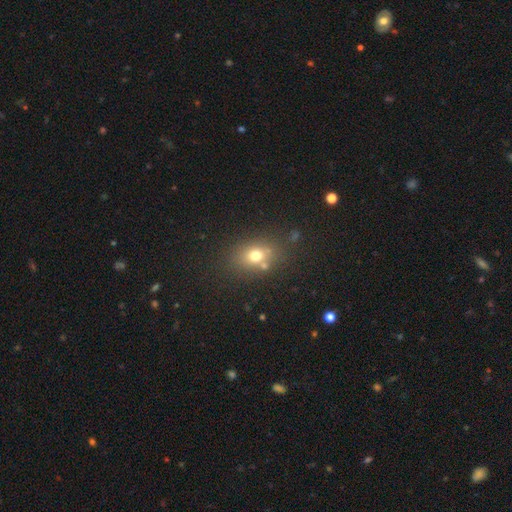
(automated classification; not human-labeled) Smooth or featured?
  - smooth: 70% *
  - star or artifact: 17%
  - featured or disk: 14%
How rounded?
  - in between: 54% *
  - round: 45%
  - cigar-shaped: 2%
Merging?
  - none: 70% *
  - minor disturbance: 13%
  - merger: 12%
  - major disturbance: 5%